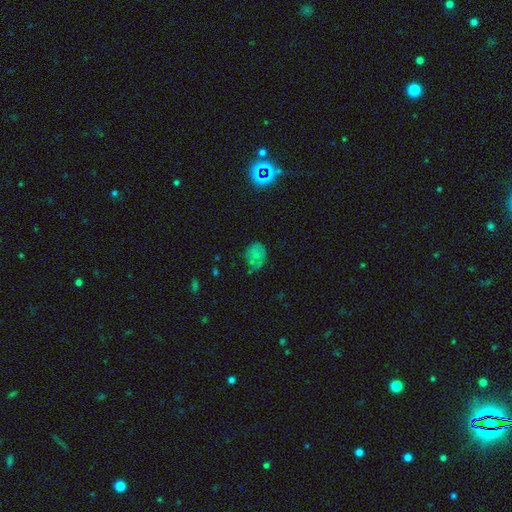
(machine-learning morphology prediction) smooth_or_featured: smooth (p=0.65) [alt: featured or disk p=0.19]
how_rounded: in between (p=0.53) [alt: round p=0.45]
merging: none (p=0.46) [alt: minor disturbance p=0.35]